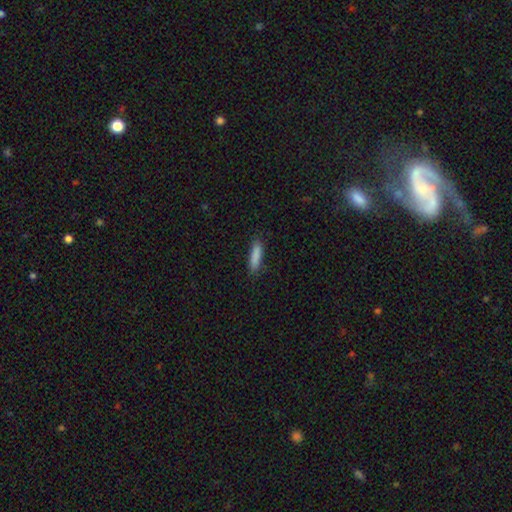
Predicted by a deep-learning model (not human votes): Smooth or featured: smooth — 87% (star or artifact — 7%)
How rounded: cigar-shaped — 71% (in between — 27%)
Merging: none — 82% (minor disturbance — 14%)